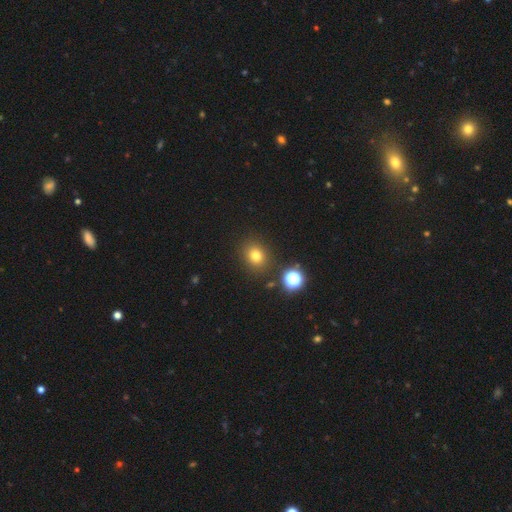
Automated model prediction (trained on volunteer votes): A smooth galaxy with no disk features (75%) that is round (72%).

Vote fractions:
- Smooth or featured? smooth: 75% / star or artifact: 17% / featured or disk: 7%
- How rounded? round: 72% / in between: 27% / cigar-shaped: 1%
- Merging? none: 85% / minor disturbance: 8% / merger: 4% / major disturbance: 3%